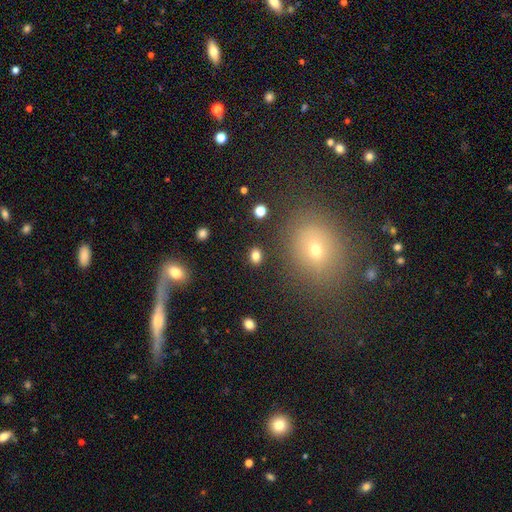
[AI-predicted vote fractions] Smooth or featured?
  - smooth: 82% *
  - star or artifact: 12%
  - featured or disk: 6%
How rounded?
  - in between: 61% *
  - round: 37%
  - cigar-shaped: 2%
Merging?
  - none: 87% *
  - minor disturbance: 8%
  - major disturbance: 3%
  - merger: 2%